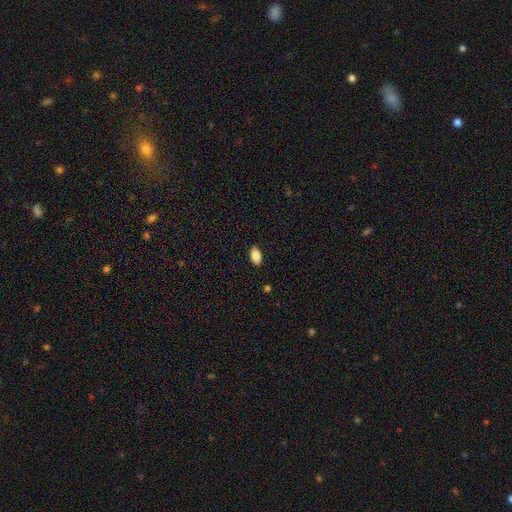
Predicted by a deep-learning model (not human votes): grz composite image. It shows a smooth galaxy with no disk features (84%) that is in between round and cigar-shaped (91%). Merging: none (88%).